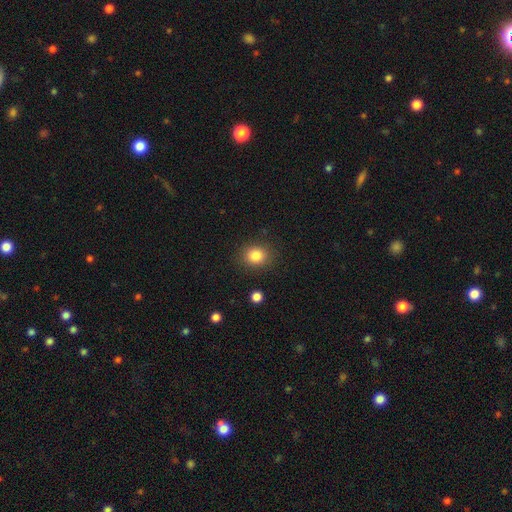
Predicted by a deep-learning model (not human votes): smooth-or-featured: smooth: 84% | star or artifact: 11% | featured or disk: 6%
  how-rounded: round: 74% | in between: 25% | cigar-shaped: 1%
  merging: none: 87% | minor disturbance: 8% | major disturbance: 3% | merger: 2%